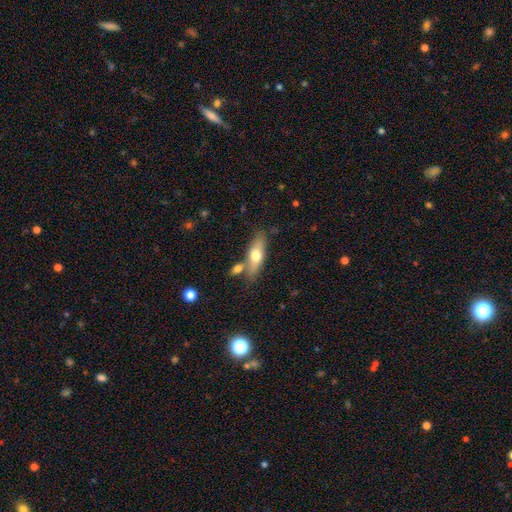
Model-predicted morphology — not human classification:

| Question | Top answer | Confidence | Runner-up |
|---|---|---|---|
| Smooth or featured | smooth | 58% | featured or disk (36%) |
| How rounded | in between | 51% | cigar-shaped (46%) |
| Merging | none | 66% | merger (16%) |